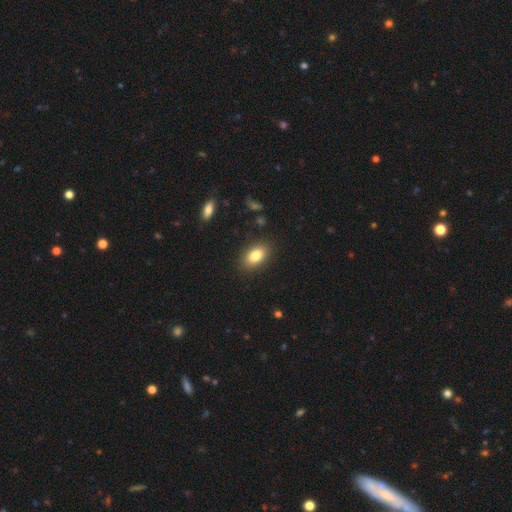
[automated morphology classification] A smooth galaxy with no disk features (83%) that is in between round and cigar-shaped (89%).

Vote fractions:
- Smooth or featured? smooth: 83% / featured or disk: 9% / star or artifact: 8%
- How rounded? in between: 89% / round: 9% / cigar-shaped: 2%
- Merging? none: 87% / minor disturbance: 9% / major disturbance: 3% / merger: 1%